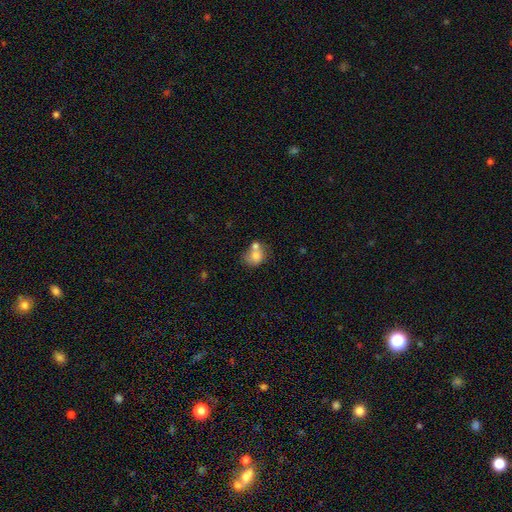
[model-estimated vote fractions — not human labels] Smooth or featured? smooth (74%)
How rounded? round (56%)
Merging? merger (51%)